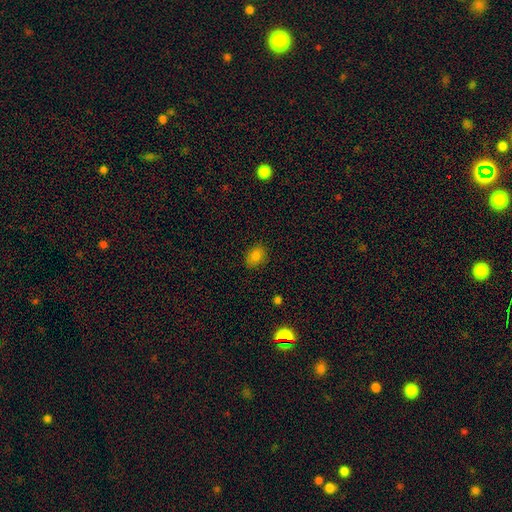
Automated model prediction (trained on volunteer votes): smooth 82%, star or artifact 12%, featured or disk 6%. Down the decision tree: how rounded — in between (68%); merging — none (85%).